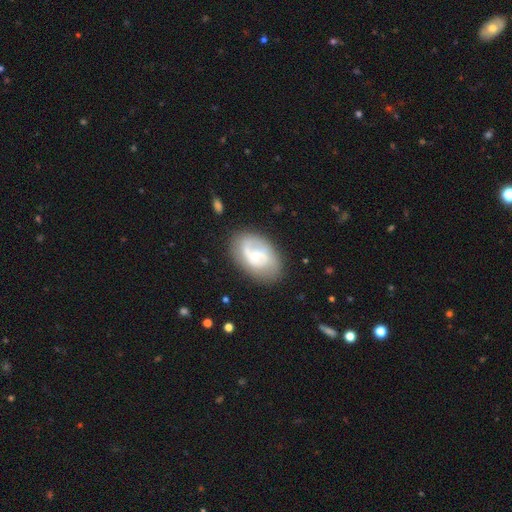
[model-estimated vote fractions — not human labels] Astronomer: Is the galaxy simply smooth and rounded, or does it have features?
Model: featured or disk — 68%.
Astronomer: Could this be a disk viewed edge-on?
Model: no — 97%.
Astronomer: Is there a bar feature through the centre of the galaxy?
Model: no — 54% (runner-up: weak, 39%).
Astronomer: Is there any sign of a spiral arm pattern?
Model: yes — 86%.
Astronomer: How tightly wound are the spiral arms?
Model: medium — 43% (runner-up: tight, 34%).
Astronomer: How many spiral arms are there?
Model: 2 — 56%.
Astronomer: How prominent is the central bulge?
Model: small — 56% (runner-up: moderate, 33%).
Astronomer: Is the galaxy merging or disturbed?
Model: none — 71%.